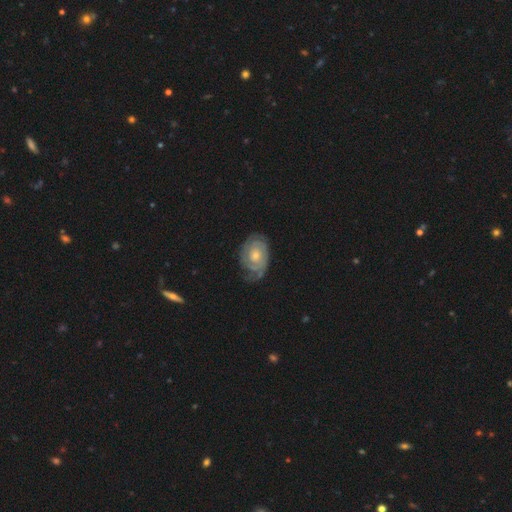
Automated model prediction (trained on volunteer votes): Smooth or featured: featured or disk — 82% (smooth — 13%)
Edge-on disk: no — 97% (yes — 3%)
Bar: no — 74% (weak — 22%)
Spiral arms: yes — 95% (no — 5%)
Spiral winding: tight — 76% (medium — 18%)
Spiral arm count: 2 — 47% (can't tell — 27%)
Bulge size: moderate — 51% (small — 42%)
Merging: none — 68% (minor disturbance — 21%)